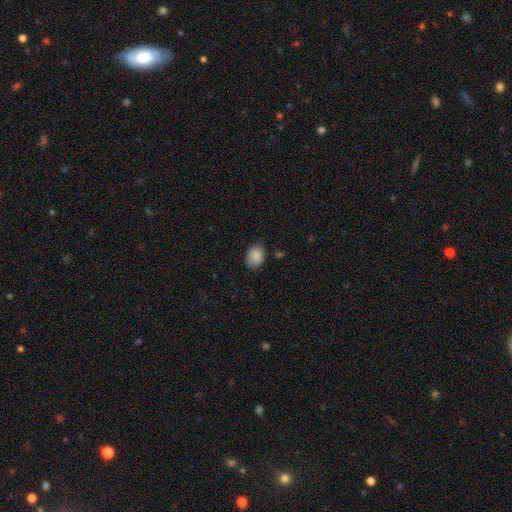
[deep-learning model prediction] Smooth or featured? Predicted: smooth (p=0.86). How rounded? Predicted: in between (p=0.63). Merging? Predicted: none (p=0.72).